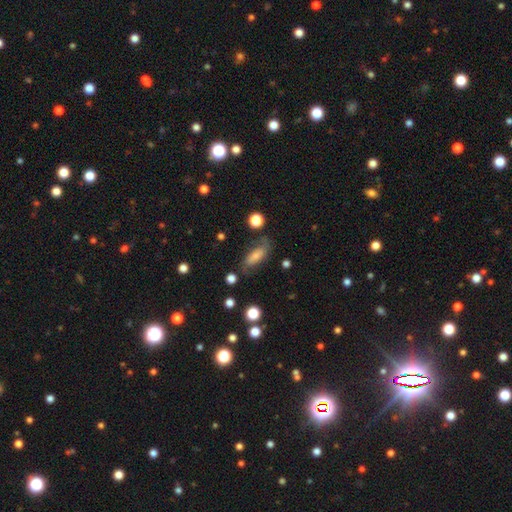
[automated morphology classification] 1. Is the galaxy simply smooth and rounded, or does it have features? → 58% smooth, 33% featured or disk, 9% star or artifact.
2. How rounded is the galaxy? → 73% in between, 23% cigar-shaped, 5% round.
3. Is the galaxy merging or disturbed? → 65% none, 22% minor disturbance, 10% major disturbance, 3% merger.